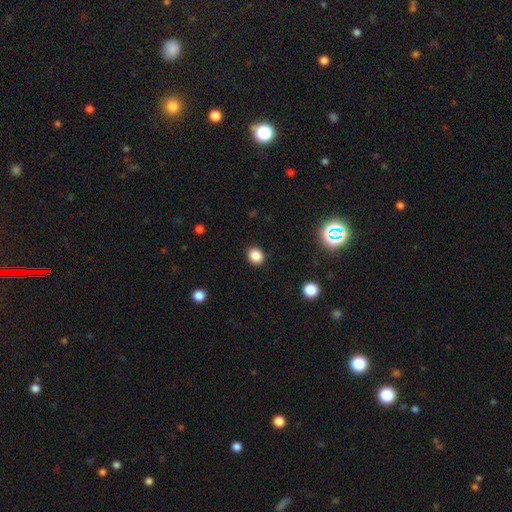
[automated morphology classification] The model was most divided on "how rounded": round: 71%, in between: 28%, cigar-shaped: 1%. More confident: merging — none (91%); smooth or featured — smooth (85%).